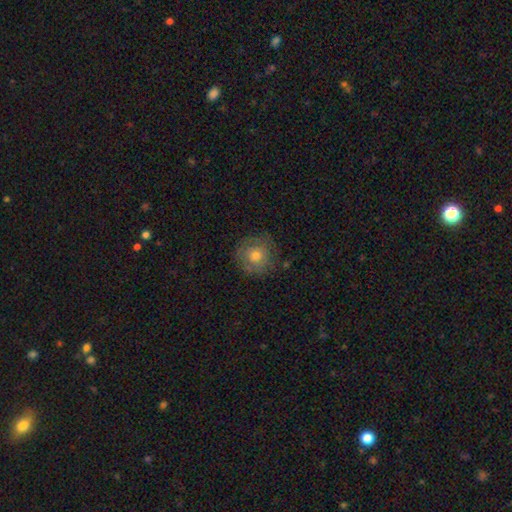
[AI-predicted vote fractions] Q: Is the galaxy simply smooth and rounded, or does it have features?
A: smooth — 64%.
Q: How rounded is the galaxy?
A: round — 93%.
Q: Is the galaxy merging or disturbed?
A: none — 78%.